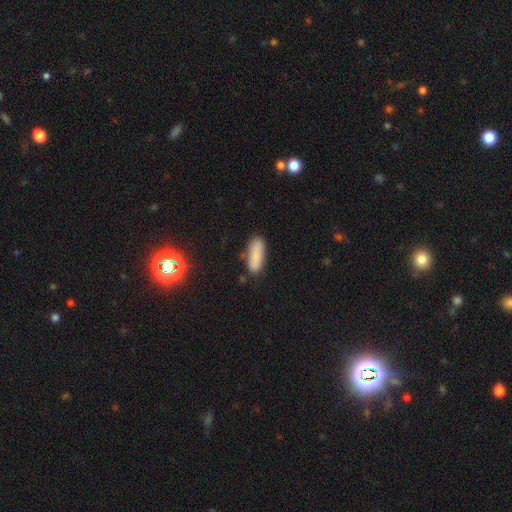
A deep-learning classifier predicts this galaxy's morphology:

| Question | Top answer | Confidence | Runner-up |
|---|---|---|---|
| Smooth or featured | smooth | 85% | star or artifact (8%) |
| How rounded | in between | 57% | cigar-shaped (41%) |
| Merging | none | 80% | minor disturbance (14%) |